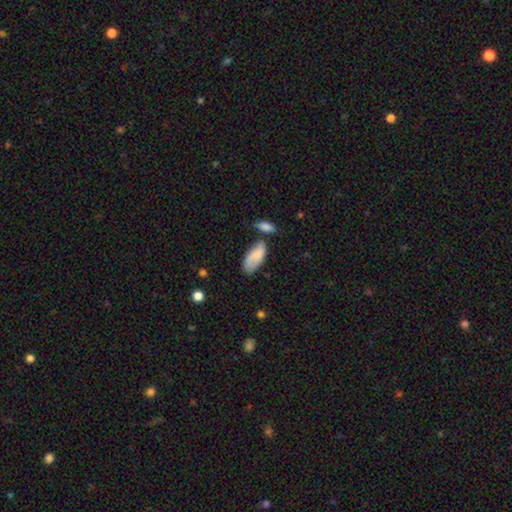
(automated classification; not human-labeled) A smooth galaxy with no disk features (74%) that is in between round and cigar-shaped (92%). Merging: none (49%).